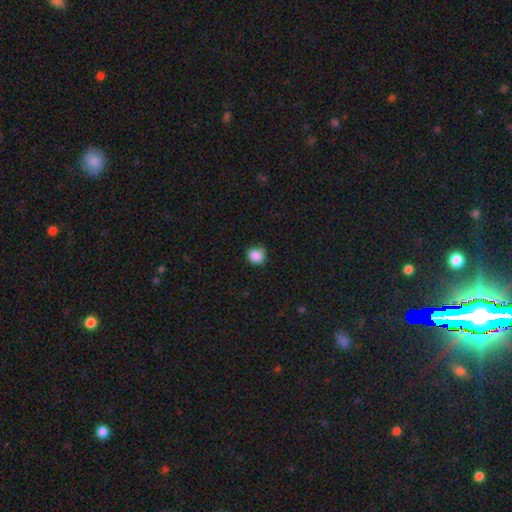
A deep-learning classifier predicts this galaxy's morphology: smooth_or_featured: smooth (p=0.86) [alt: star or artifact p=0.10]
how_rounded: round (p=0.78) [alt: in between p=0.21]
merging: none (p=0.67) [alt: minor disturbance p=0.26]